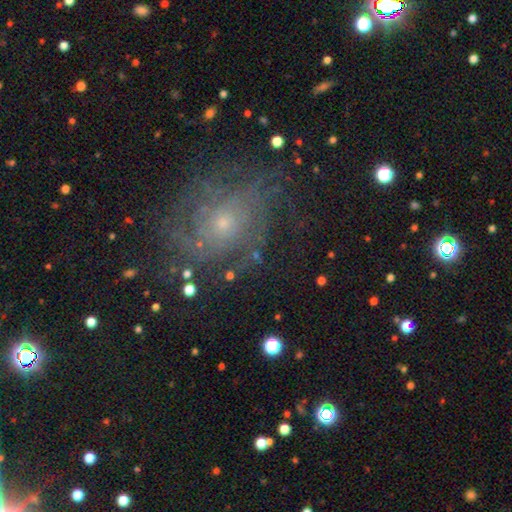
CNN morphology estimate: This appears to be a featured or disk galaxy (73%) with no bar (79%), tight (61%) spiral arms (89%) and a small central bulge (71%). Merging: none (70%).